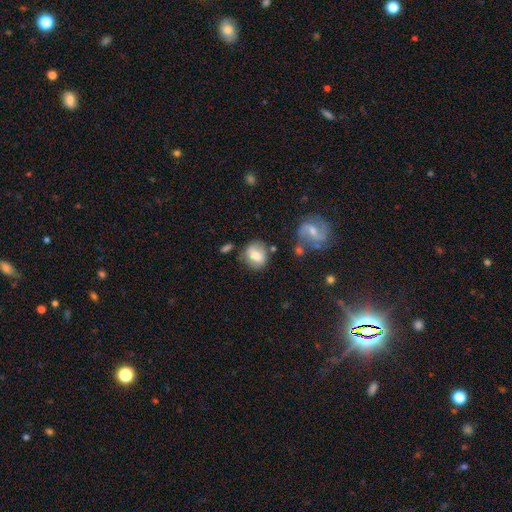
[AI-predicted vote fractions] Q: Smooth or featured?
A: smooth (64%); runner-up: featured or disk (28%)
Q: How rounded?
A: round (68%); runner-up: in between (31%)
Q: Merging?
A: none (71%); runner-up: minor disturbance (17%)